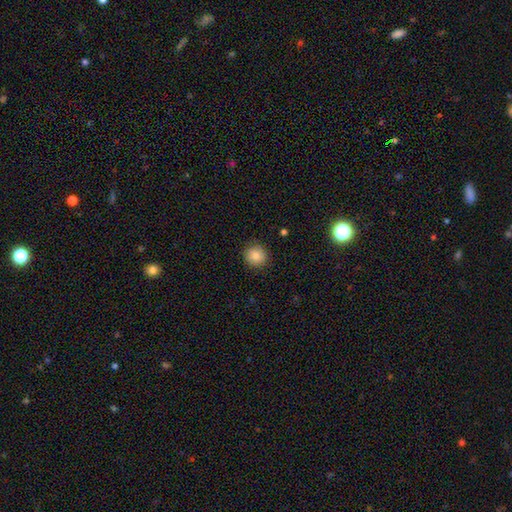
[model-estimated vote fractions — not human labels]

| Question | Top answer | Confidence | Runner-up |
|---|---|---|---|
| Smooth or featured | smooth | 84% | star or artifact (10%) |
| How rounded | round | 90% | in between (9%) |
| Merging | none | 90% | minor disturbance (7%) |